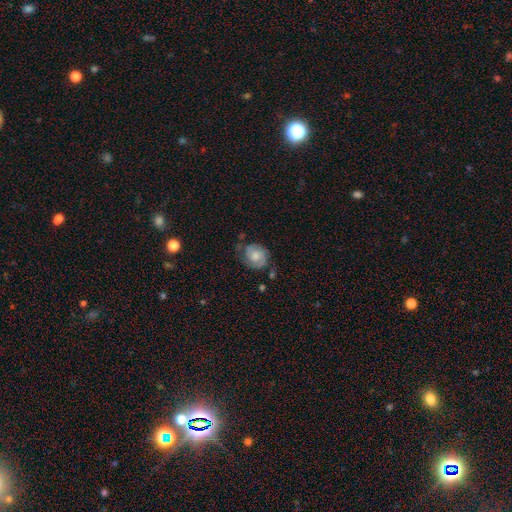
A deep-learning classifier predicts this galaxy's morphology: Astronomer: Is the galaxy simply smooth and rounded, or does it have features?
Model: featured or disk — 57% (runner-up: smooth, 35%).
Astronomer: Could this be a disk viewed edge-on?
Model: no — 97%.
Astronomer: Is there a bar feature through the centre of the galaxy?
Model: no — 70%.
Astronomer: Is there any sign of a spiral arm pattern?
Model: yes — 88%.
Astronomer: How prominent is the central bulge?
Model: moderate — 50% (runner-up: small, 27%).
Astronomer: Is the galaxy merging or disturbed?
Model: none — 59%.